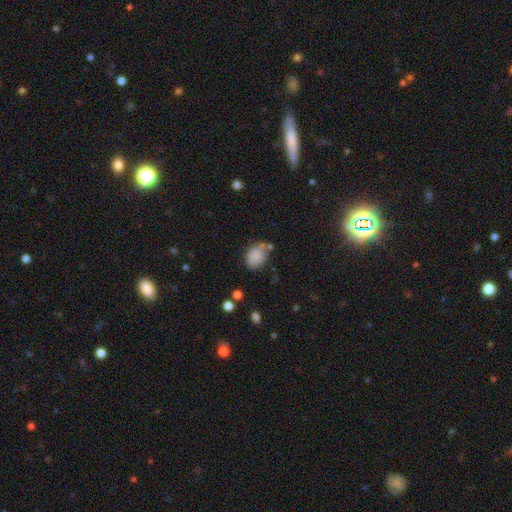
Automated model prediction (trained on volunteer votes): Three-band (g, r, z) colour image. It shows a smooth galaxy with no disk features (84%) that is in between round and cigar-shaped (63%). Merging: none (63%).